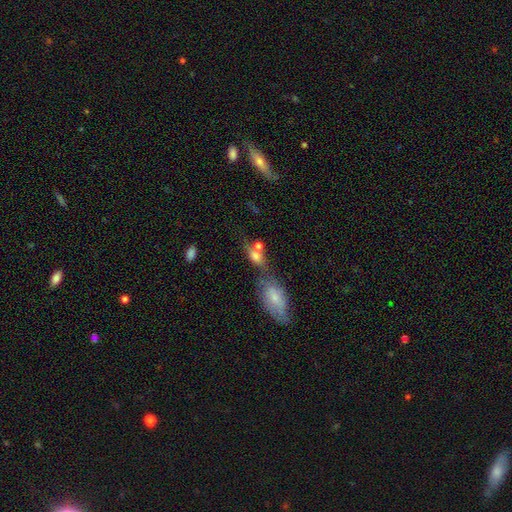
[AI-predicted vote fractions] Smooth or featured? Predicted: smooth (p=0.67). How rounded? Predicted: in between (p=0.69). Merging? Predicted: merger (p=0.39, tied with none).